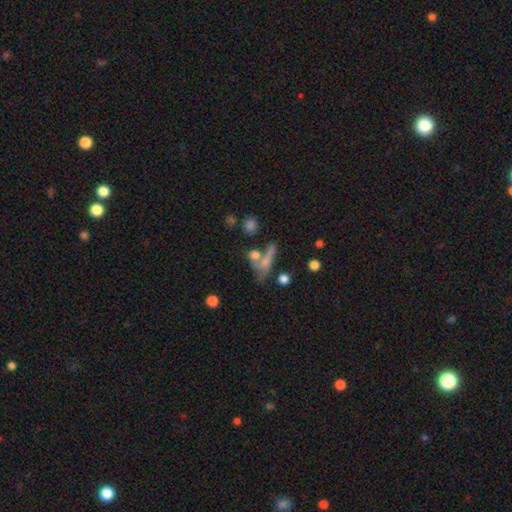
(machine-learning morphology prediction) The model was most divided on "how rounded": cigar-shaped: 40%, in between: 39%, round: 21%. Remaining: smooth or featured — smooth (62%); merging — none (41%).